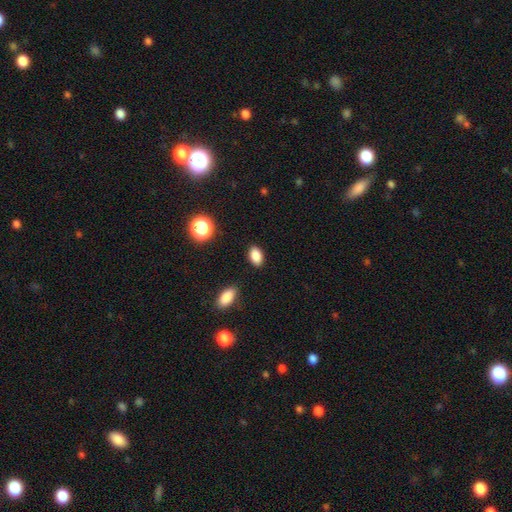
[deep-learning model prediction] A smooth galaxy with no disk features (86%) that is in between round and cigar-shaped (89%).

Vote fractions:
- Smooth or featured? smooth: 86% / star or artifact: 10% / featured or disk: 4%
- How rounded? in between: 89% / round: 9% / cigar-shaped: 2%
- Merging? none: 87% / minor disturbance: 9% / major disturbance: 2% / merger: 2%